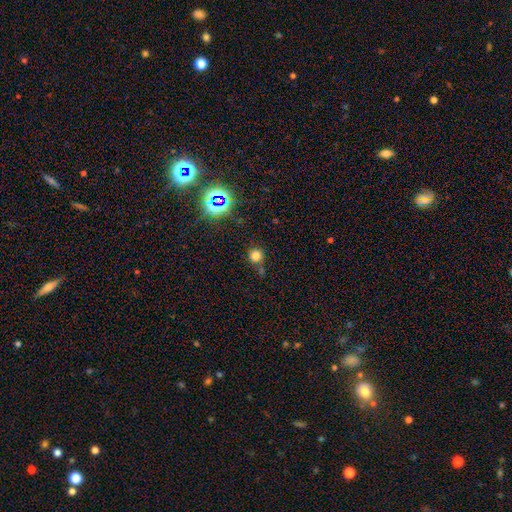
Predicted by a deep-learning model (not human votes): Q: Smooth or featured?
A: smooth (72%); runner-up: star or artifact (21%)
Q: How rounded?
A: round (93%); runner-up: in between (6%)
Q: Merging?
A: none (72%); runner-up: merger (12%)